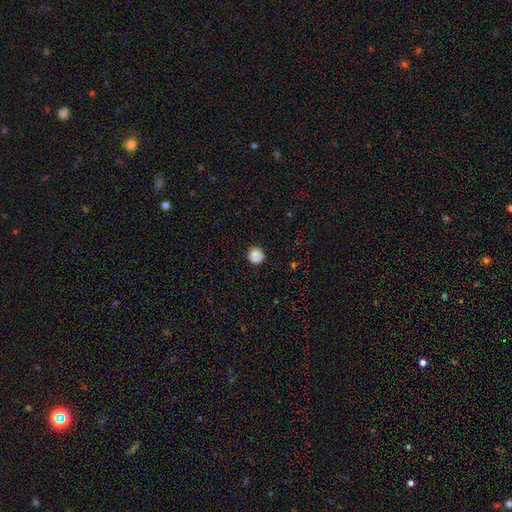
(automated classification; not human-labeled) This is clearly a smooth galaxy (88%). How rounded: clearly round (93%). Merging: clearly none (90%).